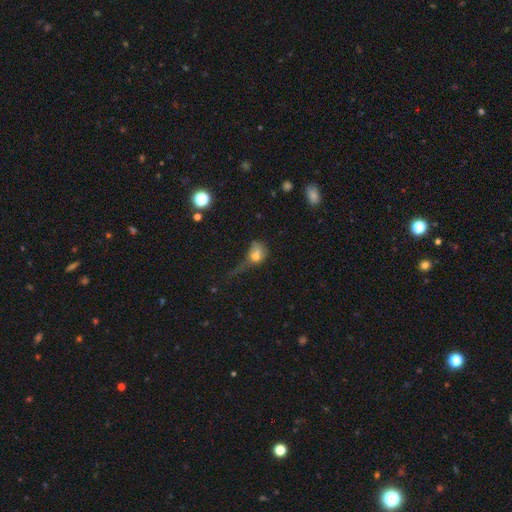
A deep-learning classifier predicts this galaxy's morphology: type=smooth (66%); roundness=in between (50%); merging=major disturbance (46%).